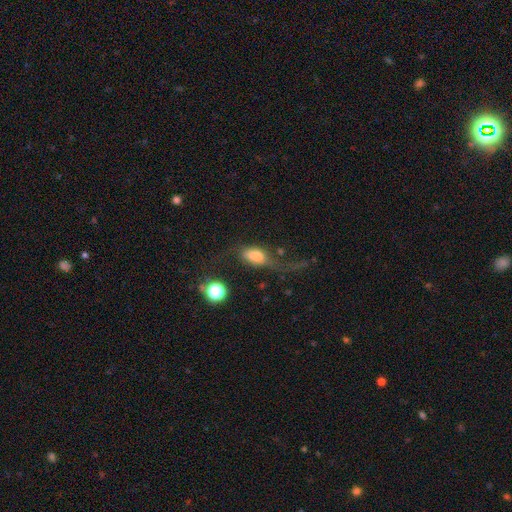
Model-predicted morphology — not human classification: Smooth or featured? Predicted: smooth (p=0.61). How rounded? Predicted: in between (p=0.79). Merging? Predicted: major disturbance (p=0.50).